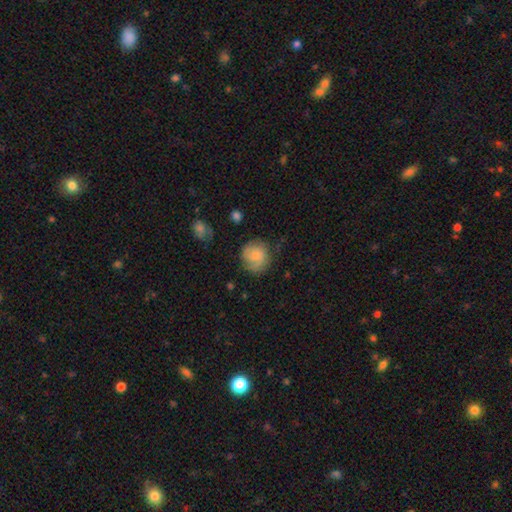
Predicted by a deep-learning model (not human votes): Smooth or featured? Predicted: smooth (p=0.62). How rounded? Predicted: round (p=0.83). Merging? Predicted: none (p=0.63).